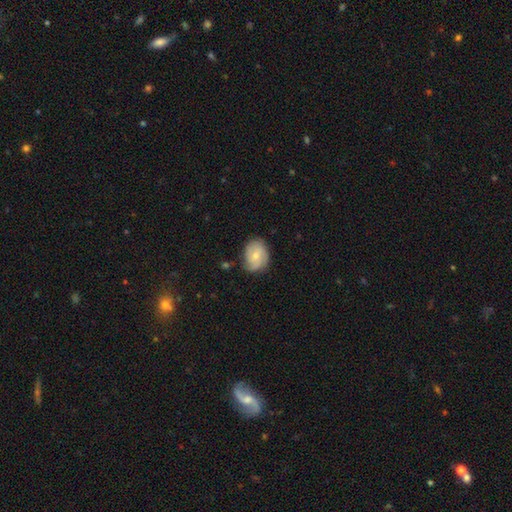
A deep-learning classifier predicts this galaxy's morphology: type=smooth (50%); roundness=in between (55%); merging=none (68%).